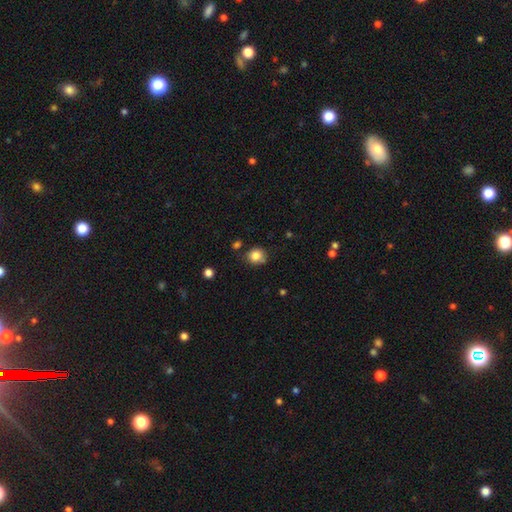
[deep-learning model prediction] smooth_or_featured: smooth (p=0.83) [alt: star or artifact p=0.11]
how_rounded: round (p=0.81) [alt: in between p=0.18]
merging: none (p=0.72) [alt: minor disturbance p=0.18]